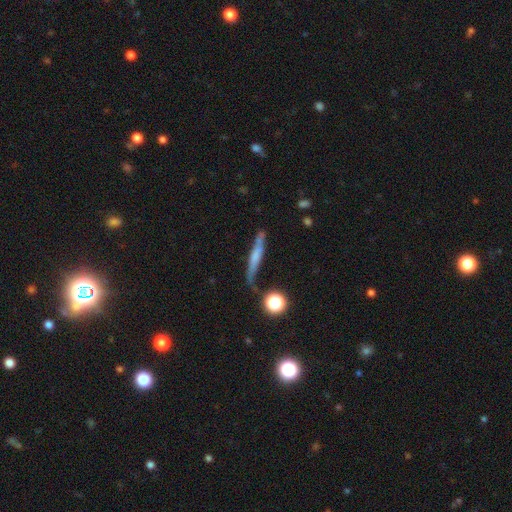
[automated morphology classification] smooth-or-featured: featured or disk: 45% (tied) | smooth: 45% (tied) | star or artifact: 10%
  merging: none: 67% | minor disturbance: 21% | major disturbance: 7% | merger: 5%